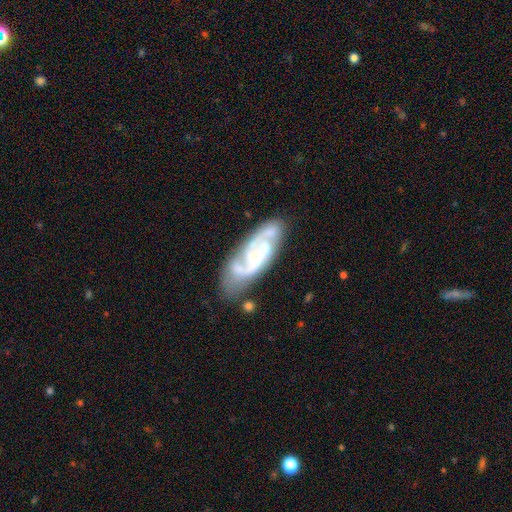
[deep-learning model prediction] The model was most divided on "spiral winding": medium: 47%, tight: 39%, loose: 14%. Remaining: spiral arms — yes (94%); edge-on disk — no (92%); smooth or featured — featured or disk (83%); merging — none (63%); spiral arm count — 2 (53%); bar — no (50%); bulge size — small (49%).